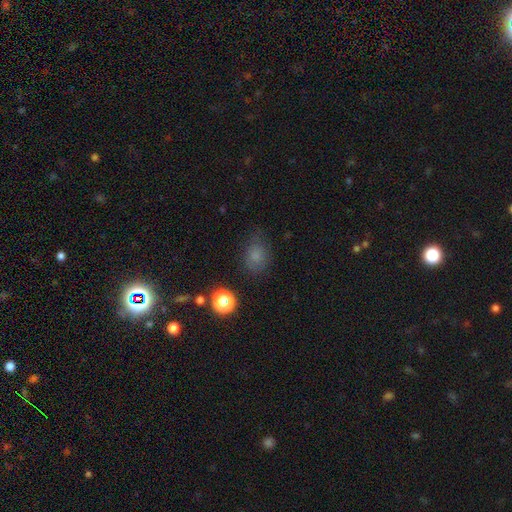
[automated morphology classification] type=smooth (75%); roundness=in between (55%); merging=none (69%).